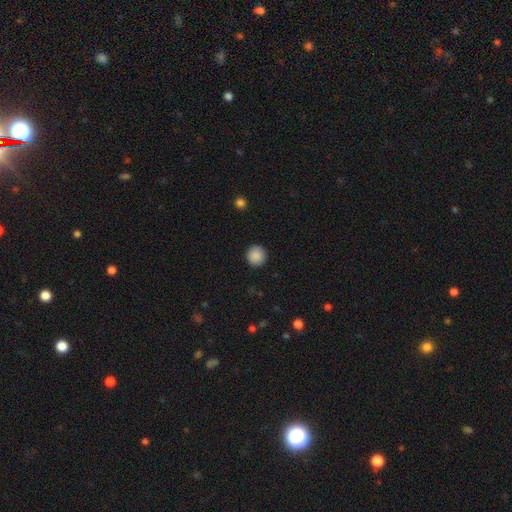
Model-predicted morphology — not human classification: A smooth galaxy with no disk features (89%) that is round (95%).

Vote fractions:
- Smooth or featured? smooth: 89% / star or artifact: 8% / featured or disk: 3%
- How rounded? round: 95% / in between: 4% / cigar-shaped: 1%
- Merging? none: 92% / minor disturbance: 5% / major disturbance: 2% / merger: 1%